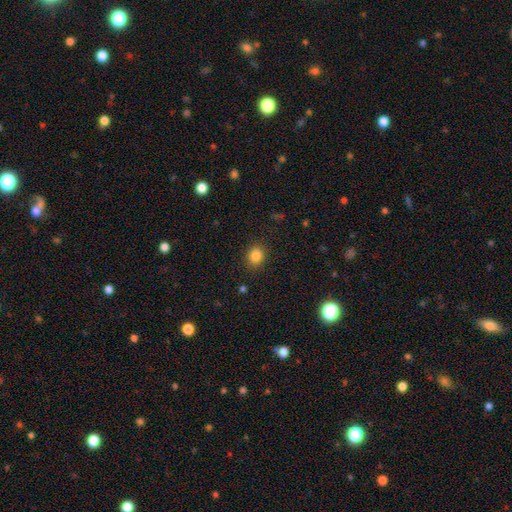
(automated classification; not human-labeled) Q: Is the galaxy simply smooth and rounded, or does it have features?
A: smooth — 84%.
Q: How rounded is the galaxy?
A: round — 69%.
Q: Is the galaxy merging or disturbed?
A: none — 88%.